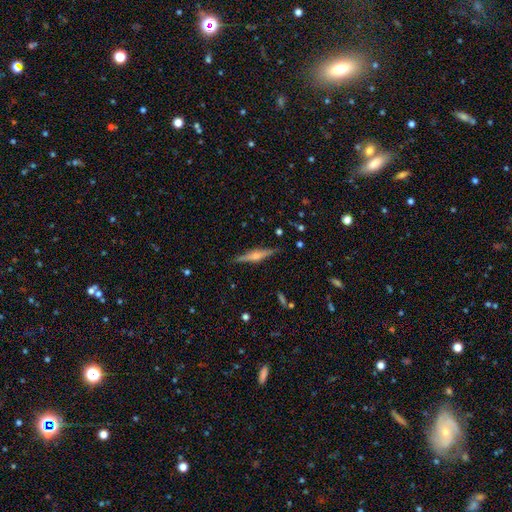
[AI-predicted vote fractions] smooth-or-featured: featured or disk: 69% | smooth: 24% | star or artifact: 7%
  disk-edge-on: yes: 97% | no: 3%
    edge-on-bulge: rounded: 80% | boxy: 14% | none: 6%
  merging: none: 88% | minor disturbance: 9% | major disturbance: 2% | merger: 1%